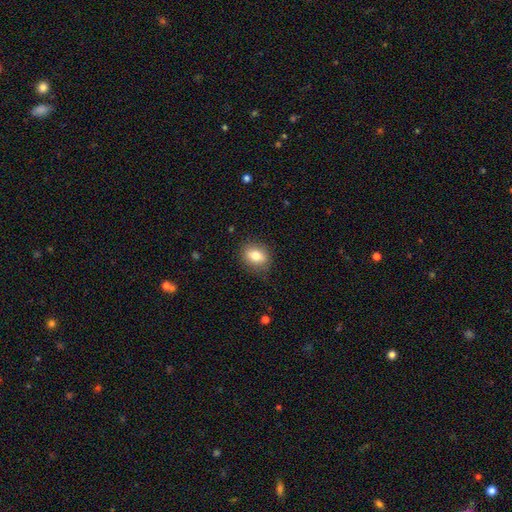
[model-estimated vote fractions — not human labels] A smooth galaxy with no disk features (79%) that is in between round and cigar-shaped (62%). Merging: none (85%).